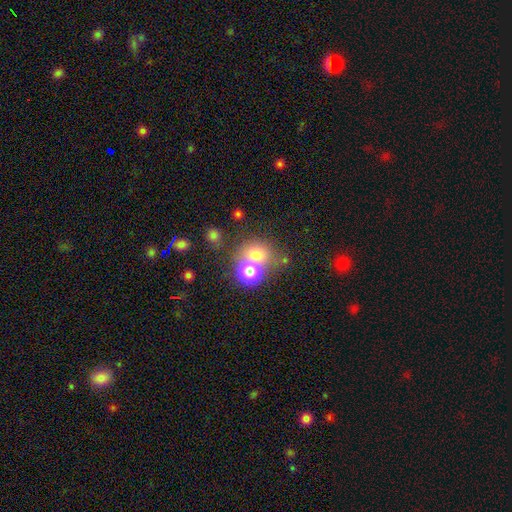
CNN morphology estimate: smooth 69%, featured or disk 17%, star or artifact 14%. Down the decision tree: how rounded — round (74%); merging — merger (56%).